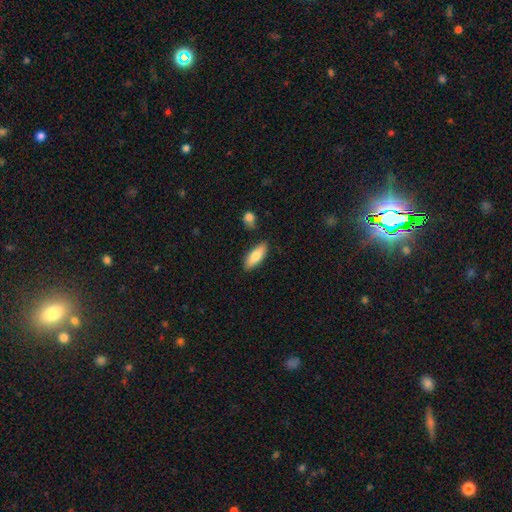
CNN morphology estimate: Overall: smooth (80%). How rounded: in between (70%). Merging: none (82%).